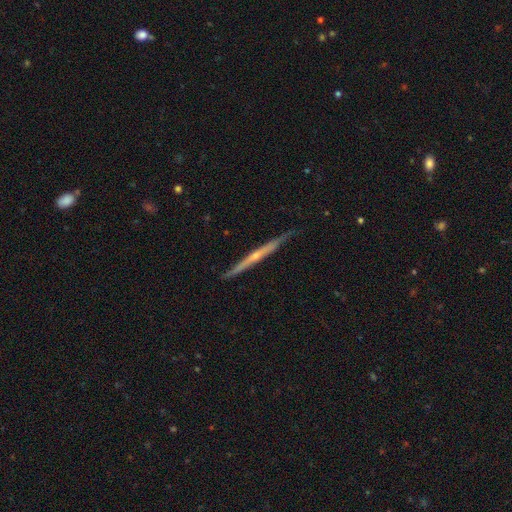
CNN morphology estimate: This is likely a featured or disk galaxy (75%). It is clearly viewed edge-on (98%). Edge-on bulge: possibly rounded (55%). Merging: clearly none (84%).